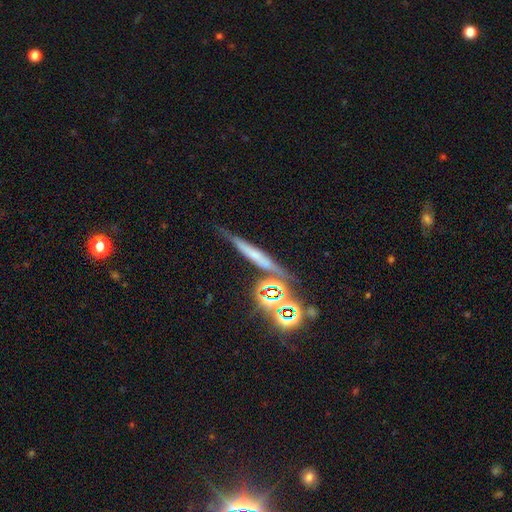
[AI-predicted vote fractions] Smooth or featured?
  - smooth: 38% *
  - featured or disk: 35%
  - star or artifact: 27%
Merging?
  - none: 70% *
  - minor disturbance: 15%
  - merger: 9%
  - major disturbance: 5%